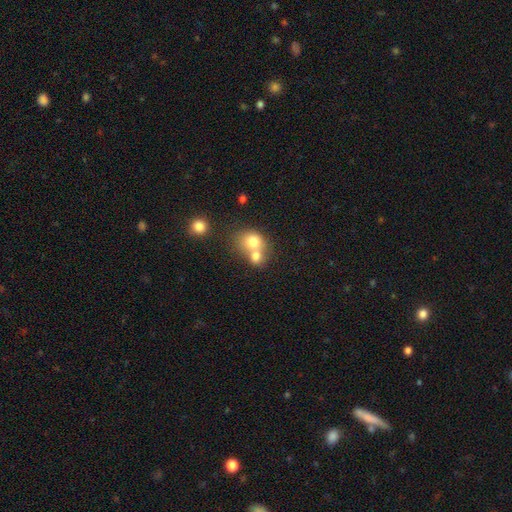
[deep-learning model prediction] The model was most divided on "how rounded": round: 66%, in between: 33%, cigar-shaped: 1%. More confident: smooth or featured — smooth (73%); merging — merger (67%).